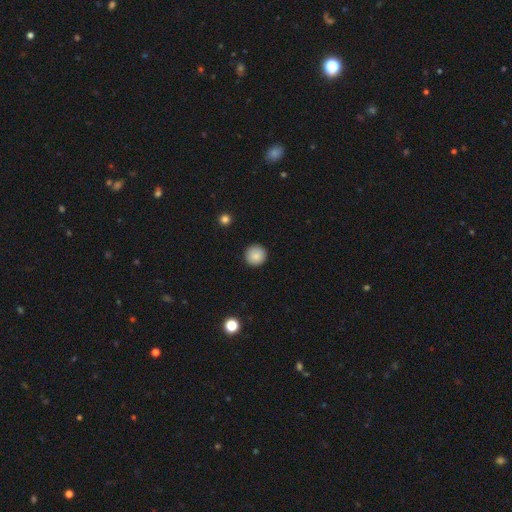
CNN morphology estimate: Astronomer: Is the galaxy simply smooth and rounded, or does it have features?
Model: smooth — 87%.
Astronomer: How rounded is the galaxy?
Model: round — 96%.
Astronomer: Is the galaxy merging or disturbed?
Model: none — 93%.